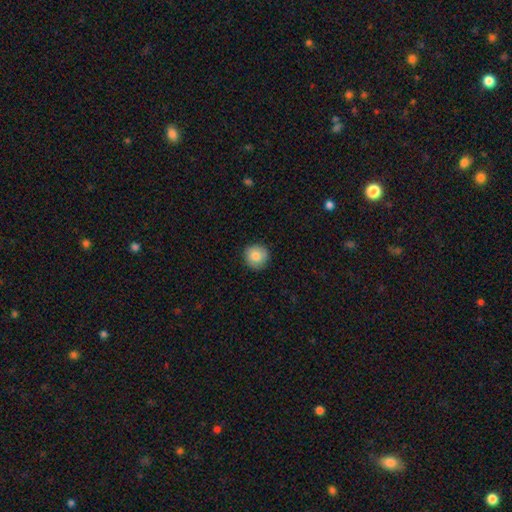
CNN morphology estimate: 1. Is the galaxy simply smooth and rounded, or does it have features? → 83% smooth, 9% featured or disk, 8% star or artifact.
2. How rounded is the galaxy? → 94% round, 5% in between, 1% cigar-shaped.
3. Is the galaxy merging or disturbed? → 88% none, 9% minor disturbance, 2% major disturbance, 1% merger.